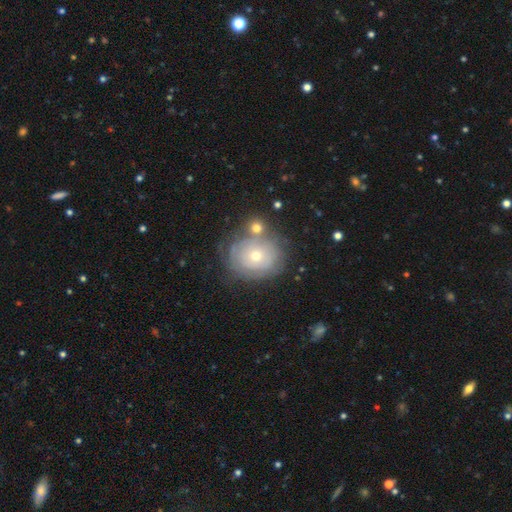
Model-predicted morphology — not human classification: Smooth or featured? Predicted: featured or disk (p=0.54). Edge-on disk? Predicted: no (p=0.96). Bar? Predicted: no (p=0.88). Spiral arms? Predicted: yes (p=0.56). Bulge size? Predicted: small (p=0.57). Merging? Predicted: none (p=0.59).